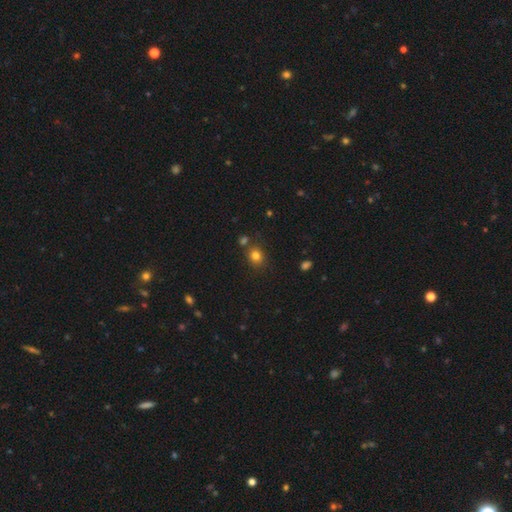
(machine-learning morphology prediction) smooth_or_featured: smooth (p=0.80) [alt: star or artifact p=0.14]
how_rounded: round (p=0.72) [alt: in between p=0.27]
merging: none (p=0.77) [alt: minor disturbance p=0.10]